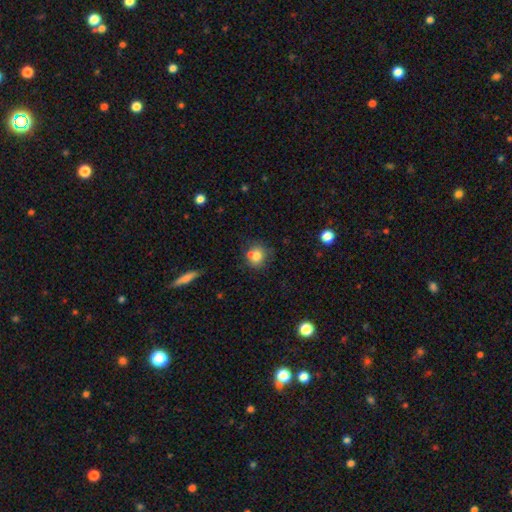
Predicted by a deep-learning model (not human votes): A smooth galaxy with no disk features (75%) that is round (79%). Merging: none (57%).